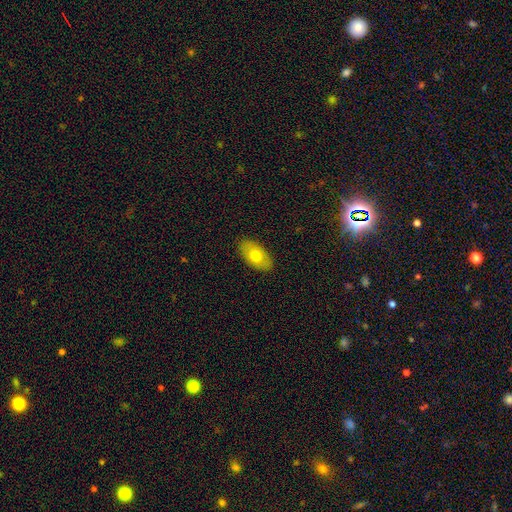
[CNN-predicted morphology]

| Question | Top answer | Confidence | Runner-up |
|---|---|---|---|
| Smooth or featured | smooth | 70% | featured or disk (24%) |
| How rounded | in between | 93% | round (5%) |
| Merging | none | 87% | minor disturbance (10%) |